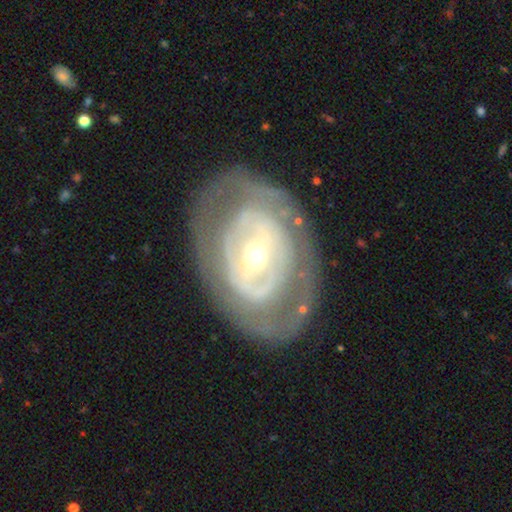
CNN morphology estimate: Smooth or featured? featured or disk (77%)
Edge-on disk? no (94%)
Bar? no (48%)
Spiral arms? yes (50%, tied with no)
Bulge size? small (48%)
Merging? none (69%)